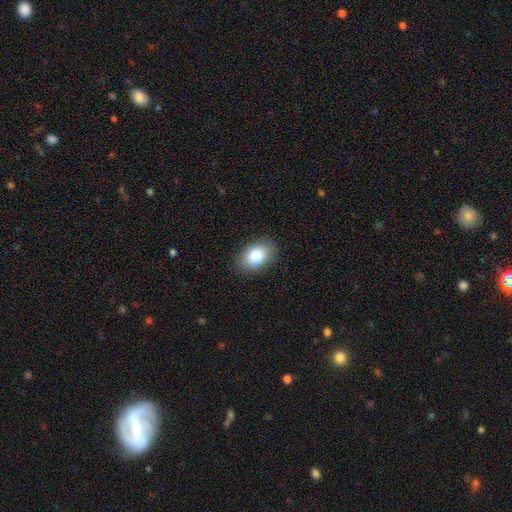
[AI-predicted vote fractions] Q: Smooth or featured?
A: smooth (82%); runner-up: featured or disk (10%)
Q: How rounded?
A: in between (83%); runner-up: round (16%)
Q: Merging?
A: none (87%); runner-up: minor disturbance (9%)